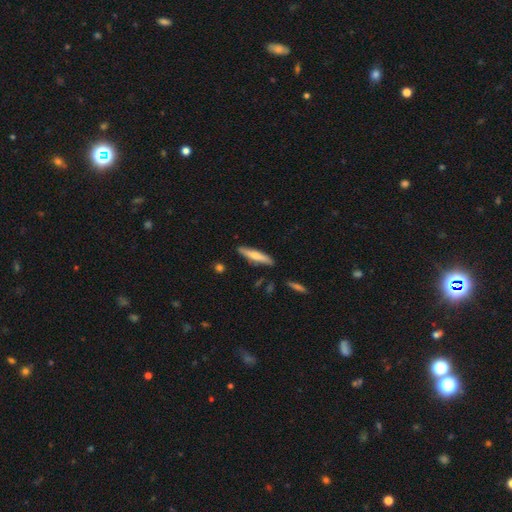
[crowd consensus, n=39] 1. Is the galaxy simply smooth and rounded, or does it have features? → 69% smooth, 26% featured or disk, 5% star or artifact.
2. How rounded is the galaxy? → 85% cigar-shaped, 11% in between, 4% round.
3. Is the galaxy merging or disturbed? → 89% none, 5% major disturbance, 5% merger, 0% minor disturbance.